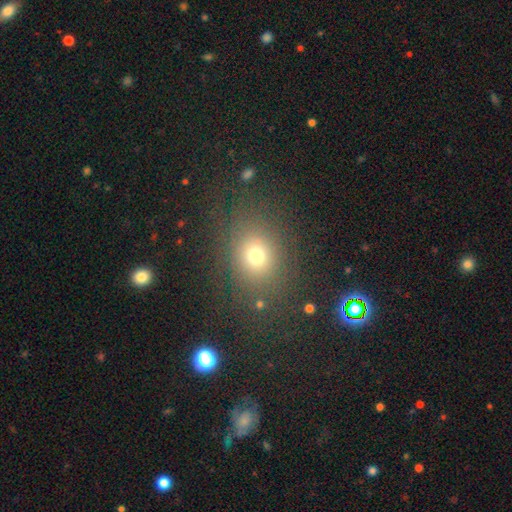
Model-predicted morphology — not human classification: Q: Smooth or featured?
A: smooth (71%); runner-up: star or artifact (19%)
Q: How rounded?
A: round (55%); runner-up: in between (44%)
Q: Merging?
A: none (80%); runner-up: minor disturbance (11%)